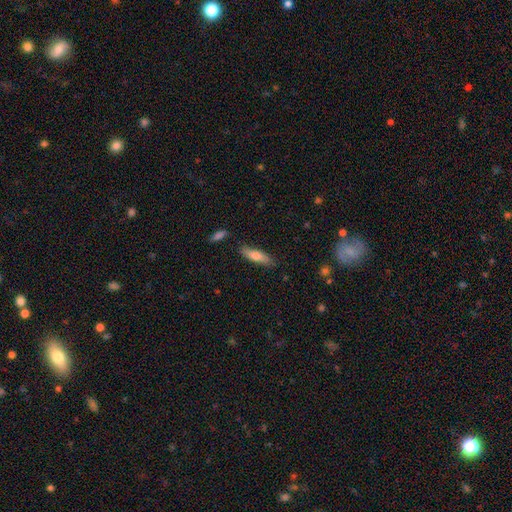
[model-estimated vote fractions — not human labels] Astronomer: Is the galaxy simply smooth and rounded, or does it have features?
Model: smooth — 73%.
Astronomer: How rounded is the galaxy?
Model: cigar-shaped — 62%.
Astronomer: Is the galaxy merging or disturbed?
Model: none — 80%.